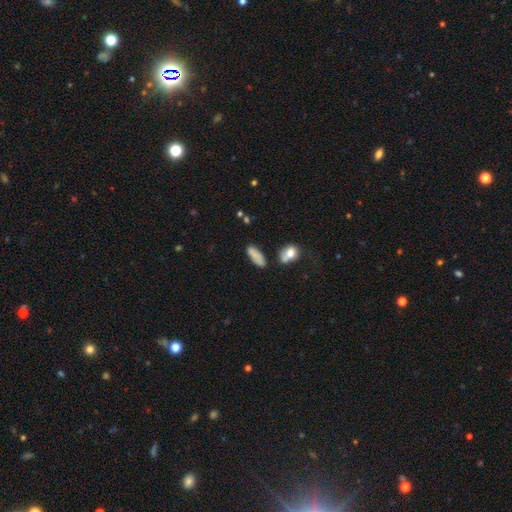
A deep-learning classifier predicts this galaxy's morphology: The model was most divided on "how rounded": in between: 61%, cigar-shaped: 35%, round: 4%. More confident: smooth or featured — smooth (78%); merging — none (62%).